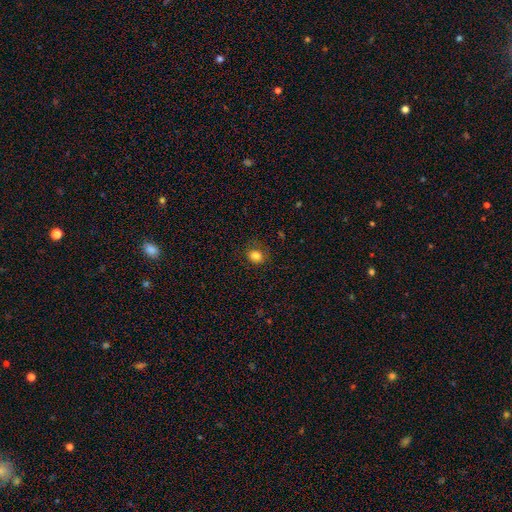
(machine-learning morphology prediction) Smooth or featured: smooth — 83% (star or artifact — 12%)
How rounded: round — 63% (in between — 36%)
Merging: none — 80% (minor disturbance — 14%)